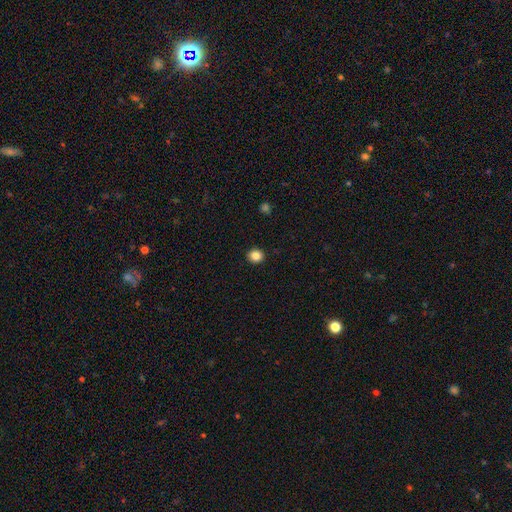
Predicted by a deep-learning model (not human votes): Smooth or featured? Predicted: smooth (p=0.85). How rounded? Predicted: round (p=0.85). Merging? Predicted: none (p=0.92).